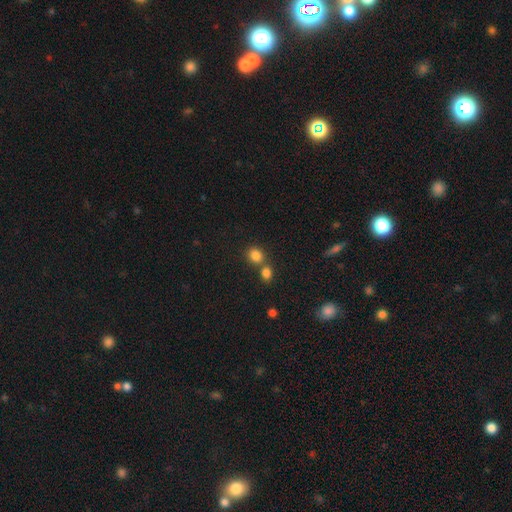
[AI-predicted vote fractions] smooth_or_featured: smooth (p=0.83) [alt: star or artifact p=0.12]
how_rounded: round (p=0.70) [alt: in between p=0.29]
merging: none (p=0.53) [alt: merger p=0.36]